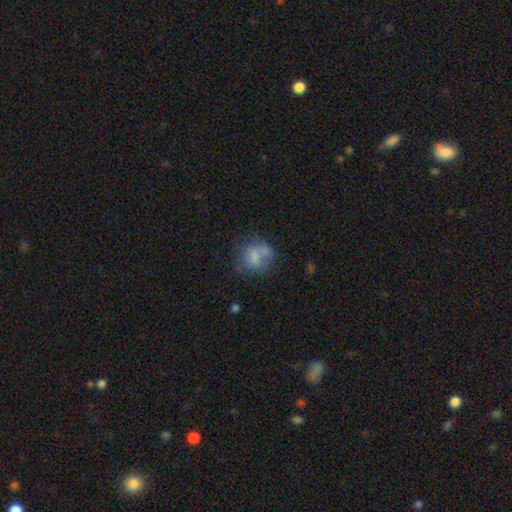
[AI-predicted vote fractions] Q: Smooth or featured?
A: smooth (65%); runner-up: featured or disk (25%)
Q: How rounded?
A: round (65%); runner-up: in between (34%)
Q: Merging?
A: none (37%); runner-up: merger (32%)